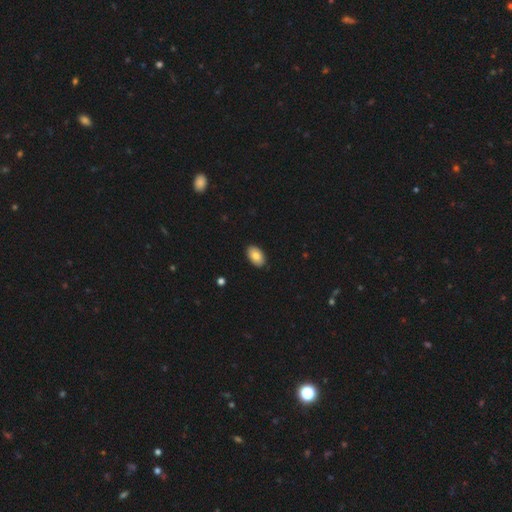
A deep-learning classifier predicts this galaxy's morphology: Smooth or featured? smooth (81%)
How rounded? in between (93%)
Merging? none (90%)